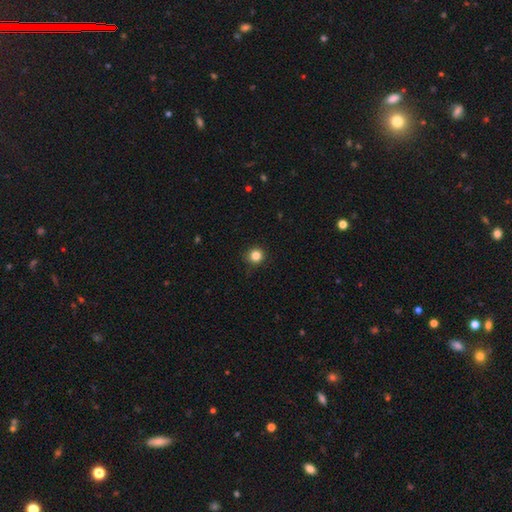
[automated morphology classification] smooth-or-featured: smooth: 83% | star or artifact: 12% | featured or disk: 5%
  how-rounded: round: 94% | in between: 6% | cigar-shaped: 1%
  merging: none: 89% | minor disturbance: 8% | major disturbance: 2% | merger: 1%